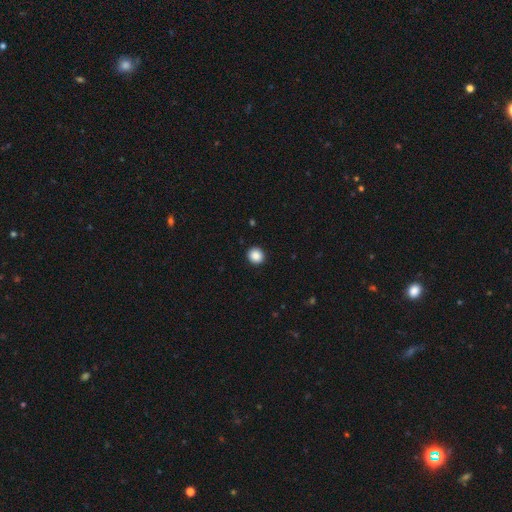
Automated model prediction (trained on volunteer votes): This appears to be a smooth galaxy with no disk features (88%) that is round (89%). Merging: none (93%).